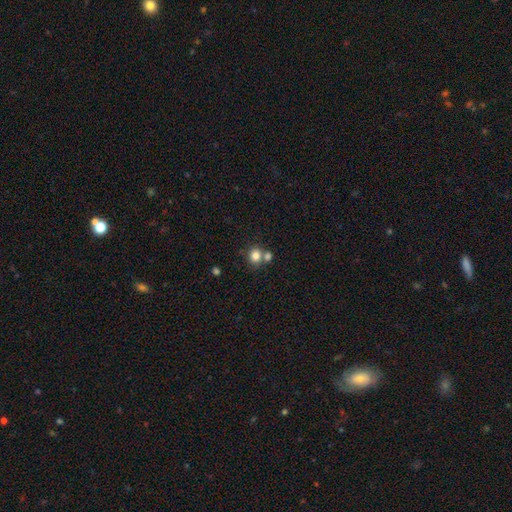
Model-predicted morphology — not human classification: Smooth or featured: smooth — 81% (star or artifact — 11%)
How rounded: round — 73% (in between — 26%)
Merging: none — 55% (merger — 32%)